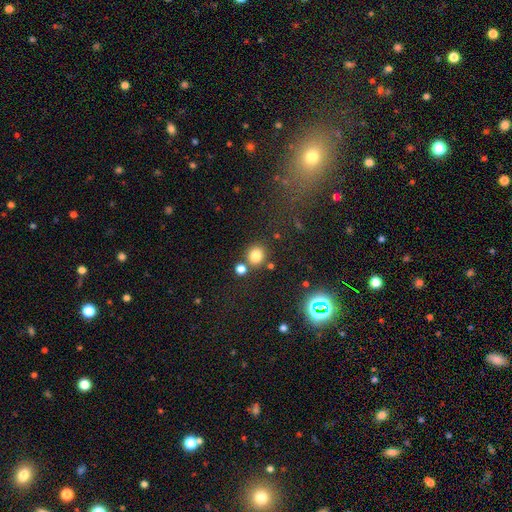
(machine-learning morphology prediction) The model was most divided on "merging": none: 77%, merger: 12%, minor disturbance: 8%, major disturbance: 3%. More confident: how rounded — round (85%); smooth or featured — smooth (80%).